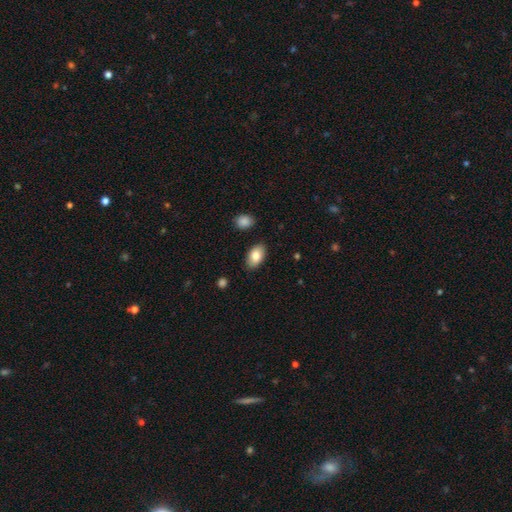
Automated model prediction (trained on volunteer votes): This appears to be a smooth galaxy with no disk features (83%) that is in between round and cigar-shaped (93%). Merging: none (87%).